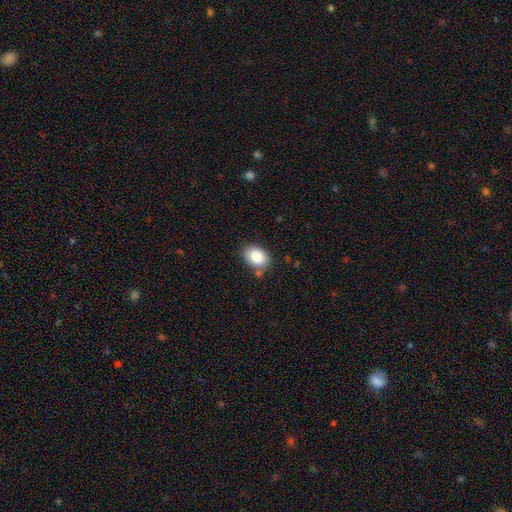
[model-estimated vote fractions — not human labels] Morphology: type=smooth (87%); roundness=in between (81%); merging=none (78%).